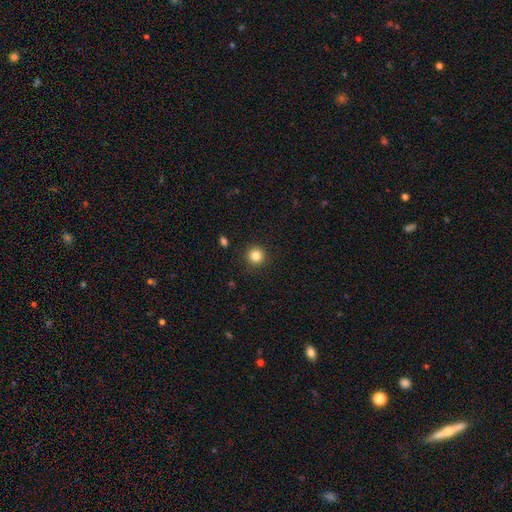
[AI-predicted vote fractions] Overall: smooth (84%). How rounded: round (95%). Merging: none (91%).